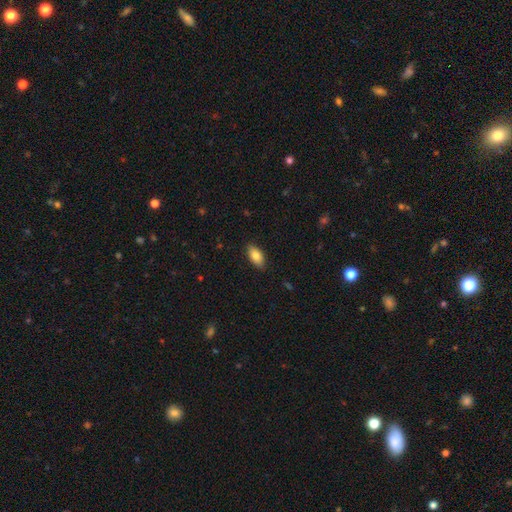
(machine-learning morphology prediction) Smooth or featured: smooth — 84% (featured or disk — 10%)
How rounded: in between — 91% (cigar-shaped — 6%)
Merging: none — 87% (minor disturbance — 10%)